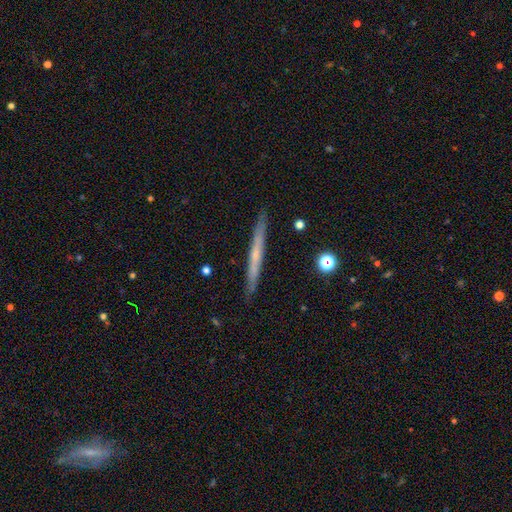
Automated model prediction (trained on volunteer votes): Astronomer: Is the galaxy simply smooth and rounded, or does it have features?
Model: featured or disk — 52% (runner-up: smooth, 41%).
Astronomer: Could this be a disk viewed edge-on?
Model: yes — 96%.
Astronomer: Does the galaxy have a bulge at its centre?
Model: none — 73%.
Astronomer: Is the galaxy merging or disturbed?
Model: none — 90%.